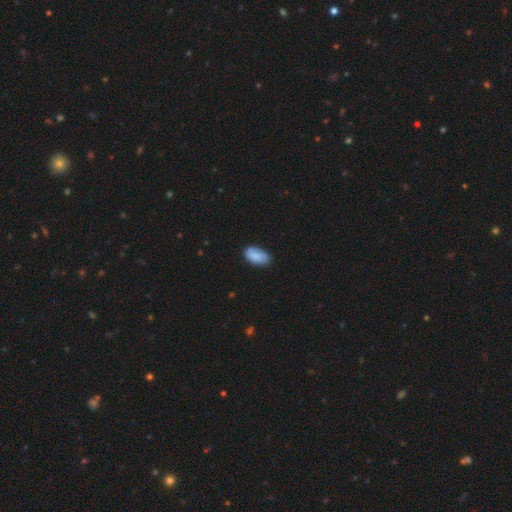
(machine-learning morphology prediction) smooth_or_featured: smooth (p=0.85) [alt: featured or disk p=0.09]
how_rounded: in between (p=0.94) [alt: round p=0.03]
merging: none (p=0.76) [alt: minor disturbance p=0.20]